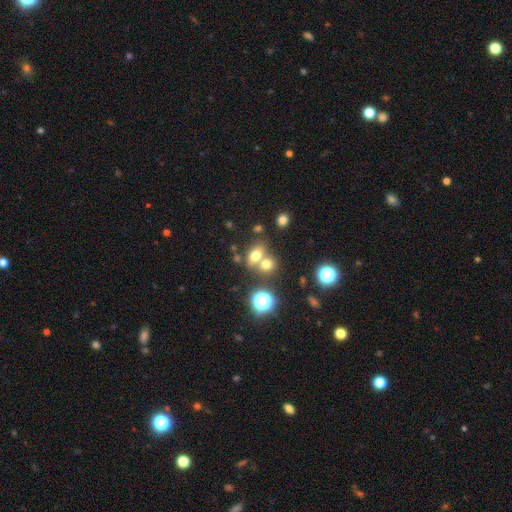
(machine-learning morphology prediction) The model was most divided on "merging": merger: 44%, none: 42%, minor disturbance: 9%, major disturbance: 4%. More confident: smooth or featured — smooth (69%); how rounded — in between (63%).